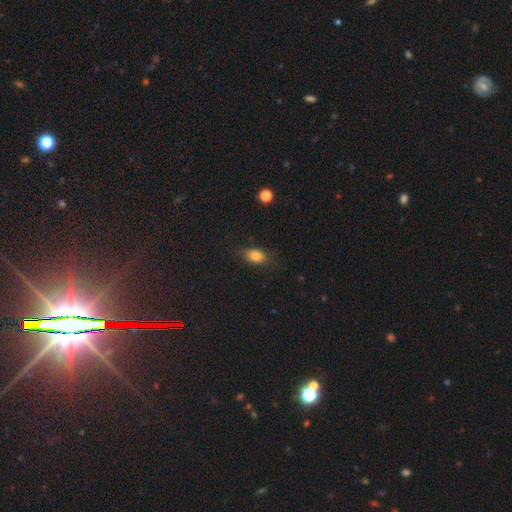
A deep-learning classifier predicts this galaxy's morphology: Smooth or featured: smooth — 82% (star or artifact — 10%)
How rounded: in between — 83% (round — 14%)
Merging: none — 81% (minor disturbance — 14%)